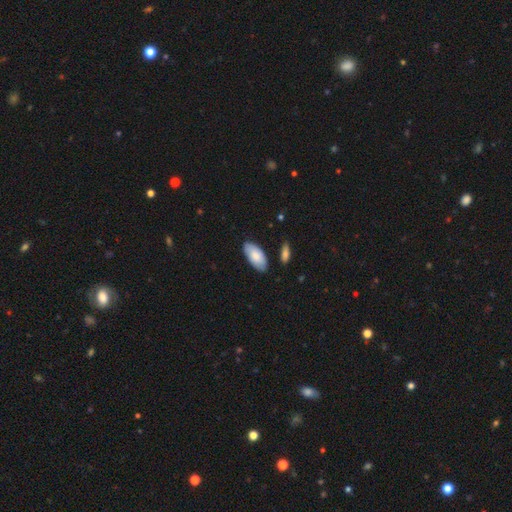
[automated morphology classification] smooth-or-featured: smooth: 80% | featured or disk: 14% | star or artifact: 5%
  how-rounded: in between: 94% | cigar-shaped: 4% | round: 2%
  merging: none: 81% | minor disturbance: 13% | merger: 3% | major disturbance: 2%